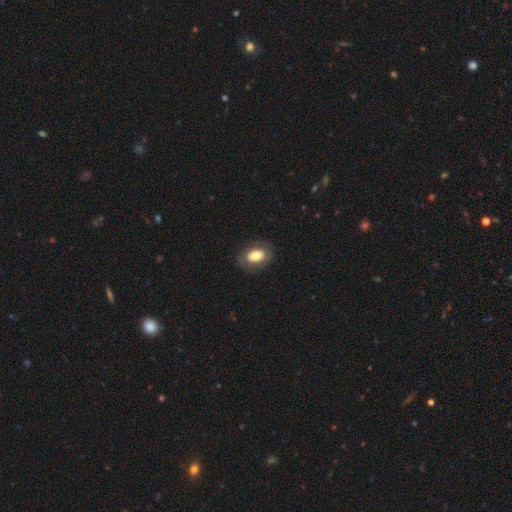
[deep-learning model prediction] The model was most divided on "smooth or featured": smooth: 70%, featured or disk: 22%, star or artifact: 7%. More confident: how rounded — in between (84%); merging — none (80%).